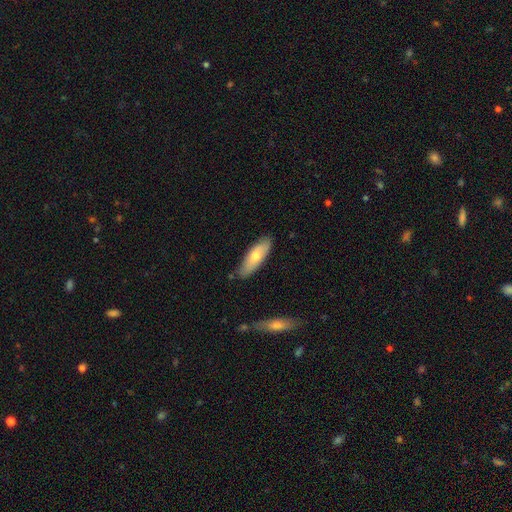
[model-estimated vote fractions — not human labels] This appears to be a smooth galaxy with no disk features (67%) that is in between round and cigar-shaped (56%). Merging: none (82%).